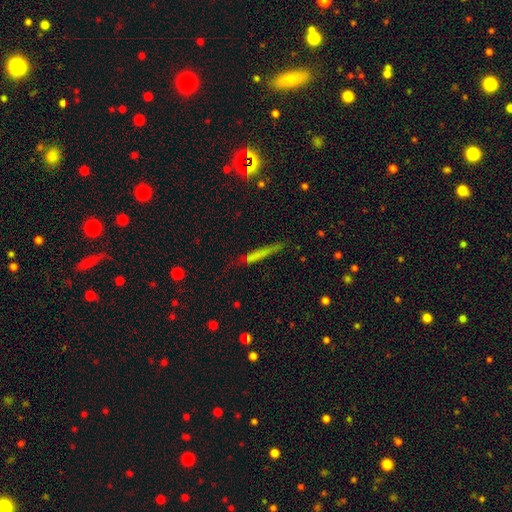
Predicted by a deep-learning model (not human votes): This is possibly a smooth galaxy (55%). How rounded: clearly cigar-shaped (93%). Merging: likely none (73%).